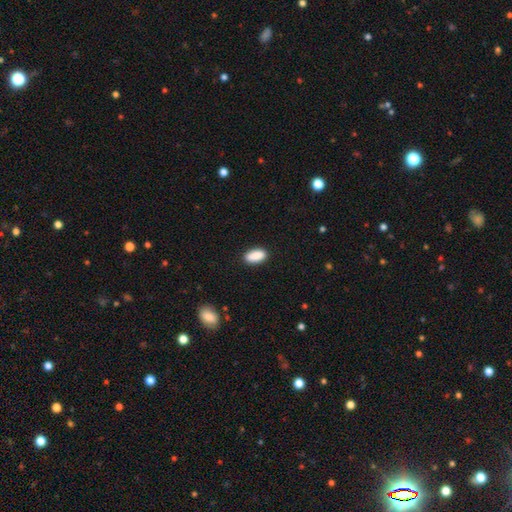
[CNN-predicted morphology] This appears to be a smooth galaxy with no disk features (90%) that is in between round and cigar-shaped (91%). Merging: none (87%).